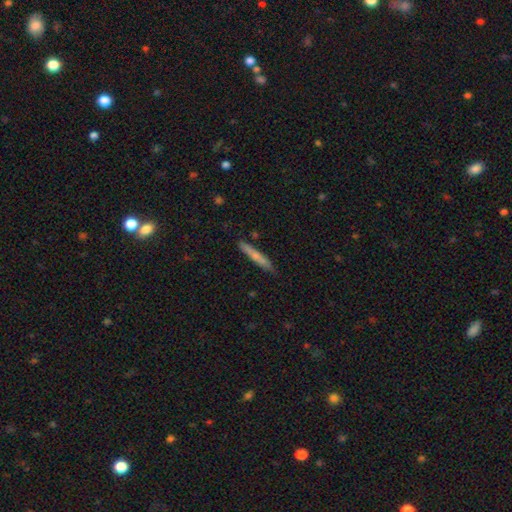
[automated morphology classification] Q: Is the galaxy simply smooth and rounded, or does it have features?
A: smooth — 63%.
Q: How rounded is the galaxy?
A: cigar-shaped — 94%.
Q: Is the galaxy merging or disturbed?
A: none — 86%.